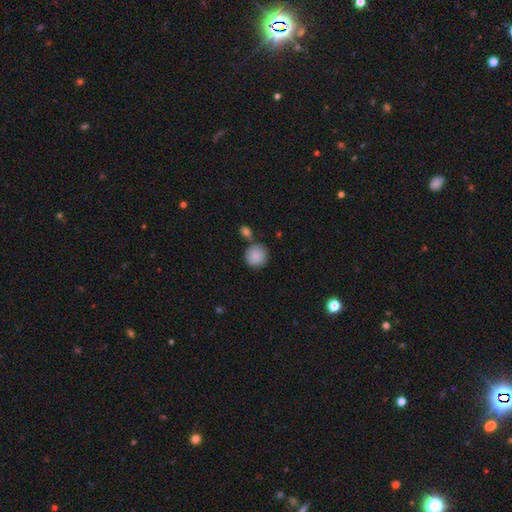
smooth-or-featured: smooth: 82% | star or artifact: 10% | featured or disk: 8%
  how-rounded: round: 97% | in between: 3% | cigar-shaped: 0%
  merging: none: 57% | minor disturbance: 20% | merger: 17% | major disturbance: 6%